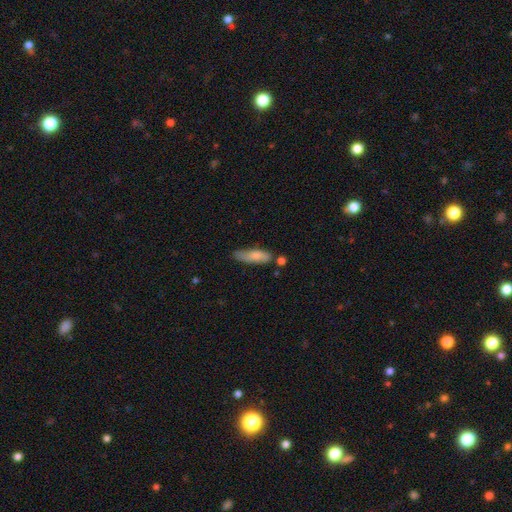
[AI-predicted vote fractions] Smooth or featured? Predicted: smooth (p=0.77). How rounded? Predicted: cigar-shaped (p=0.57). Merging? Predicted: none (p=0.61).